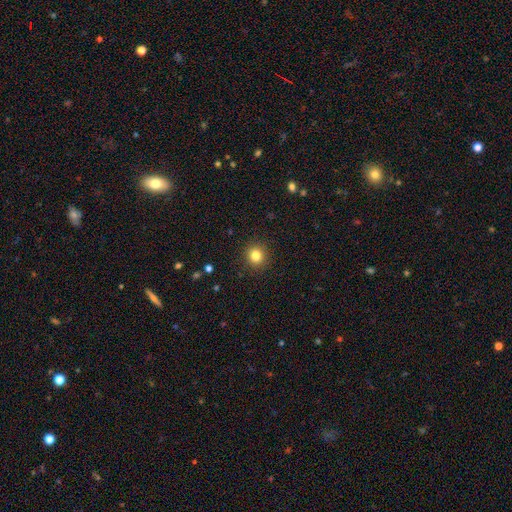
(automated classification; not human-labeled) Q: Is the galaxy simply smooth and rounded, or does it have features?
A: smooth — 82%.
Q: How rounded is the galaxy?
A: round — 93%.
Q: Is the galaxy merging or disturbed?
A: none — 92%.